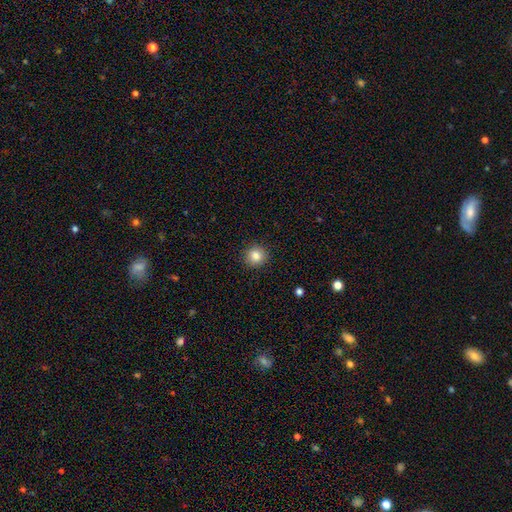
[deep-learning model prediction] A smooth galaxy with no disk features (84%) that is round (90%). Merging: none (91%).